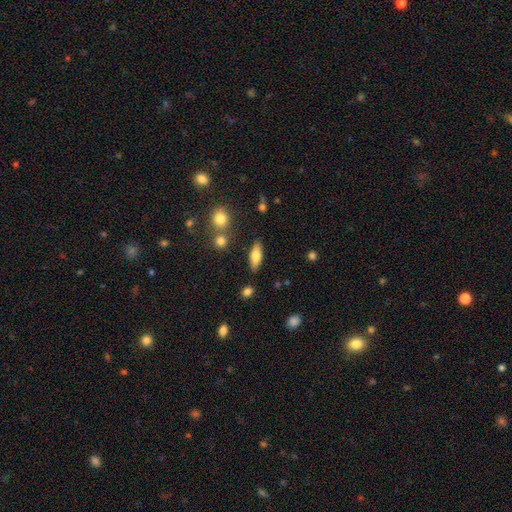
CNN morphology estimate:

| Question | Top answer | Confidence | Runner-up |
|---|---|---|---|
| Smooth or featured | smooth | 69% | featured or disk (24%) |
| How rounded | in between | 71% | cigar-shaped (26%) |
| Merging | none | 81% | minor disturbance (11%) |